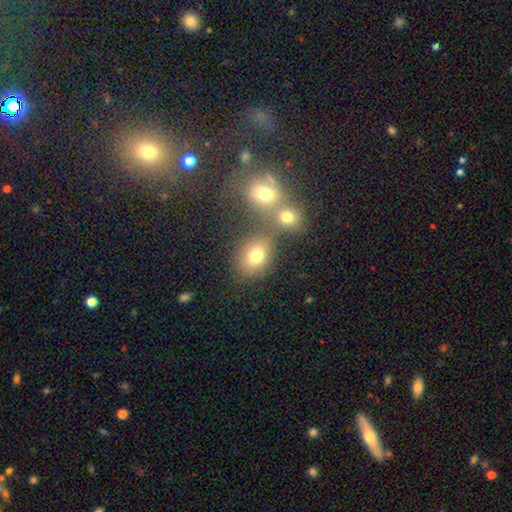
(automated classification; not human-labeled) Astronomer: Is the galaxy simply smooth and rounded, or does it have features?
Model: smooth — 74%.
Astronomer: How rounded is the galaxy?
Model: round — 50% (runner-up: in between, 49%).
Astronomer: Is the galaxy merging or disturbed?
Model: none — 58%.